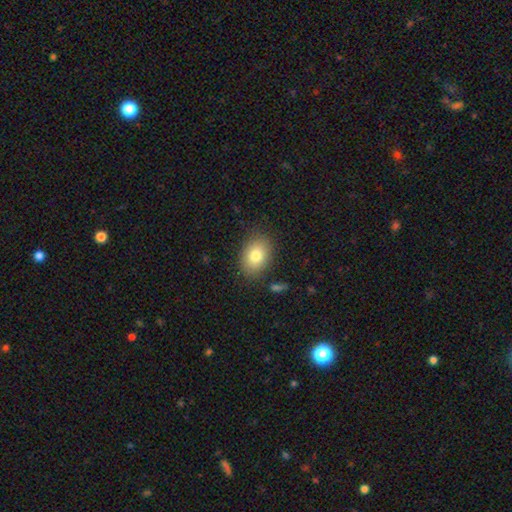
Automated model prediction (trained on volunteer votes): smooth_or_featured: smooth (p=0.80) [alt: featured or disk p=0.12]
how_rounded: in between (p=0.77) [alt: round p=0.22]
merging: none (p=0.82) [alt: minor disturbance p=0.12]